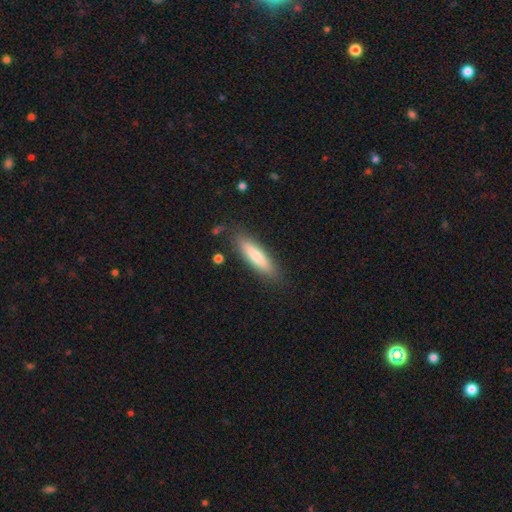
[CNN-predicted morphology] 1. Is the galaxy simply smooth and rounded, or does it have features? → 76% smooth, 19% featured or disk, 6% star or artifact.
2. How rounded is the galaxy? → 77% cigar-shaped, 22% in between, 1% round.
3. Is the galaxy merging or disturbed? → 84% none, 11% minor disturbance, 3% major disturbance, 2% merger.